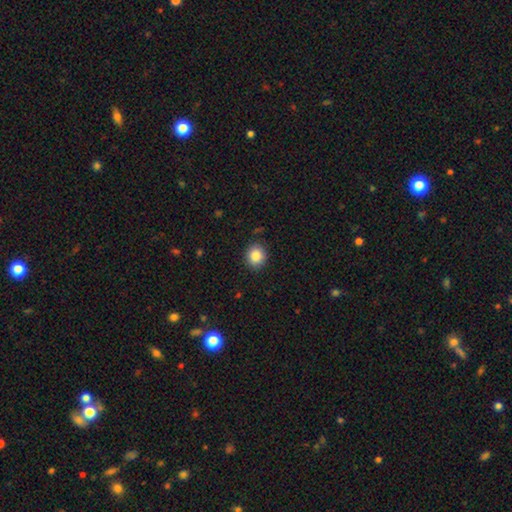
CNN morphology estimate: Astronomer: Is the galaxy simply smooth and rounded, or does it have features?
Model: smooth — 86%.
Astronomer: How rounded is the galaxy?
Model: round — 81%.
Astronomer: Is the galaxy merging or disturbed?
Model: none — 89%.